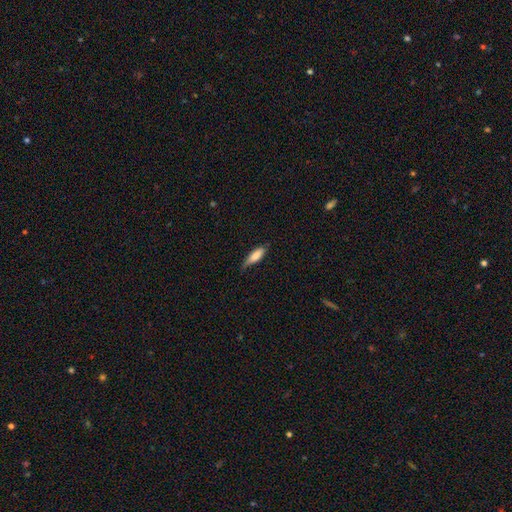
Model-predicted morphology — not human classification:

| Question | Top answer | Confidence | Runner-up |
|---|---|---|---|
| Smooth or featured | smooth | 78% | featured or disk (16%) |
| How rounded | cigar-shaped | 54% | in between (44%) |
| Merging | none | 62% | minor disturbance (31%) |